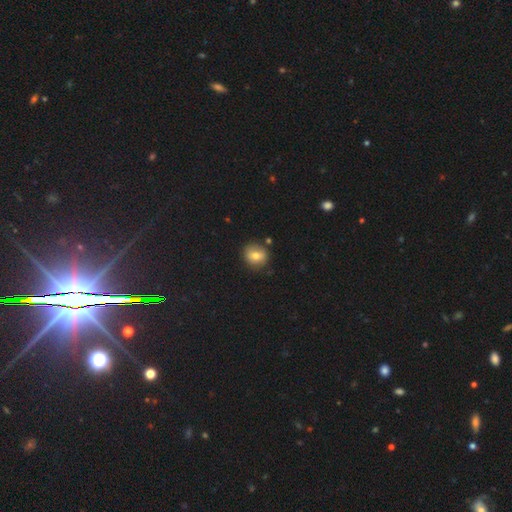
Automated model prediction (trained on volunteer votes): This is likely a smooth galaxy (74%). How rounded: likely round (79%). Merging: clearly none (81%).